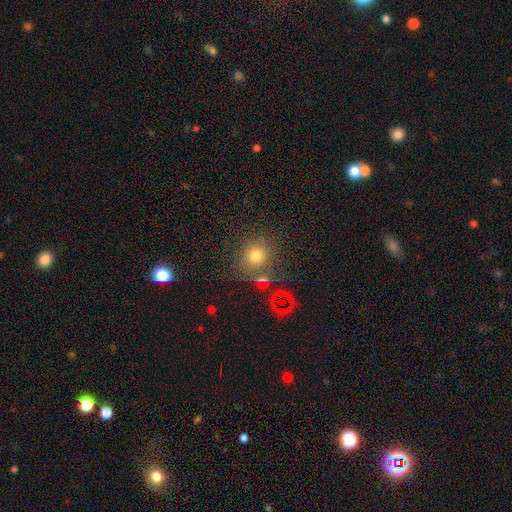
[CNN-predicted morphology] Smooth or featured: smooth — 72% (star or artifact — 19%)
How rounded: round — 86% (in between — 13%)
Merging: none — 70% (merger — 14%)